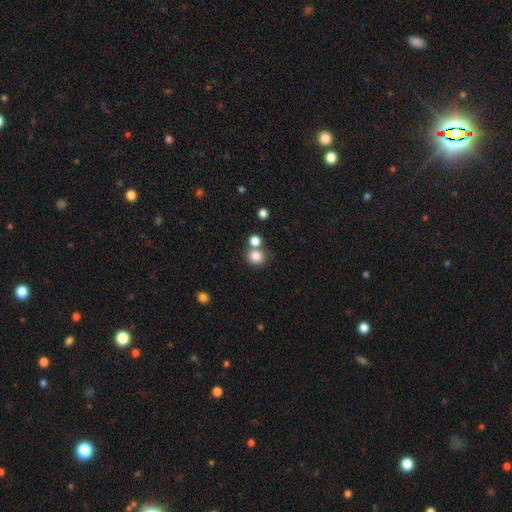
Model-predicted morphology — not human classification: A smooth galaxy with no disk features (82%) that is round (83%). Merging: none (63%).